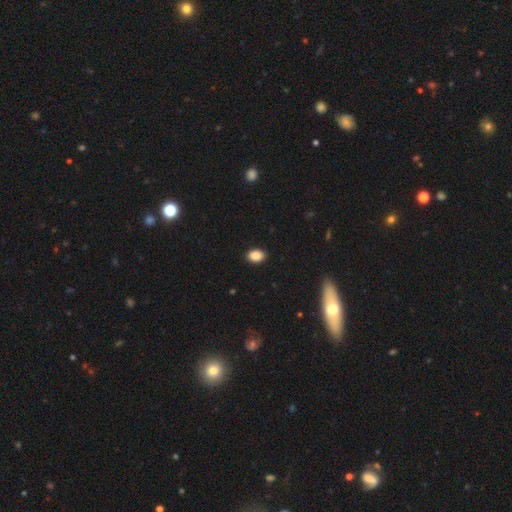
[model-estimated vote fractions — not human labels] smooth 88%, star or artifact 9%, featured or disk 3%. Down the decision tree: how rounded — in between (78%); merging — none (89%).